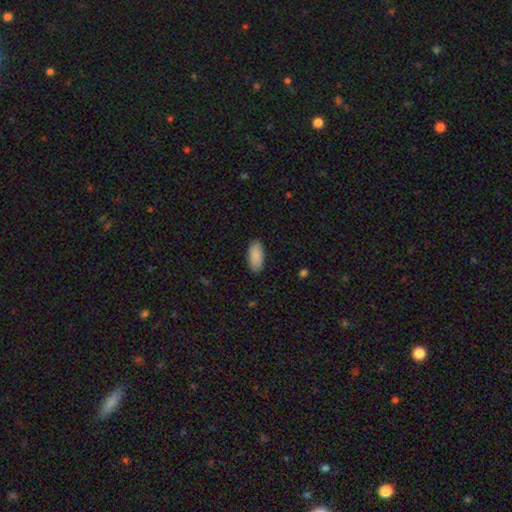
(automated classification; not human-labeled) smooth_or_featured: smooth (p=0.89) [alt: star or artifact p=0.06]
how_rounded: in between (p=0.90) [alt: cigar-shaped p=0.09]
merging: none (p=0.88) [alt: minor disturbance p=0.09]